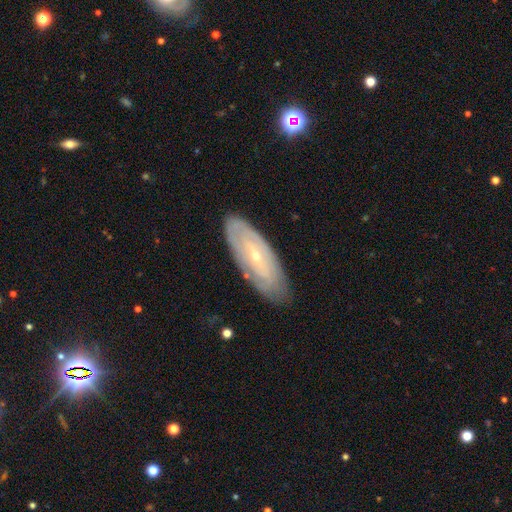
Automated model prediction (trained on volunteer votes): smooth_or_featured: featured or disk (p=0.71) [alt: smooth p=0.23]
disk_edge_on: no (p=0.83) [alt: yes p=0.17]
bar: no (p=0.46) [alt: weak p=0.38]
has_spiral_arms: yes (p=0.70) [alt: no p=0.30]
bulge_size: small (p=0.80) [alt: moderate p=0.17]
merging: none (p=0.82) [alt: minor disturbance p=0.14]